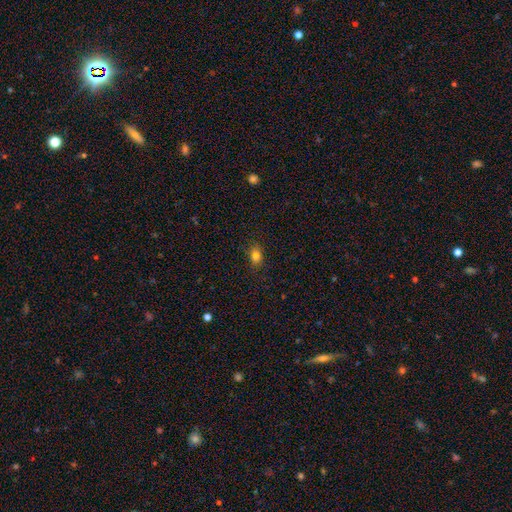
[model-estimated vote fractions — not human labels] Morphology: type=smooth (79%); roundness=in between (73%); merging=none (80%).